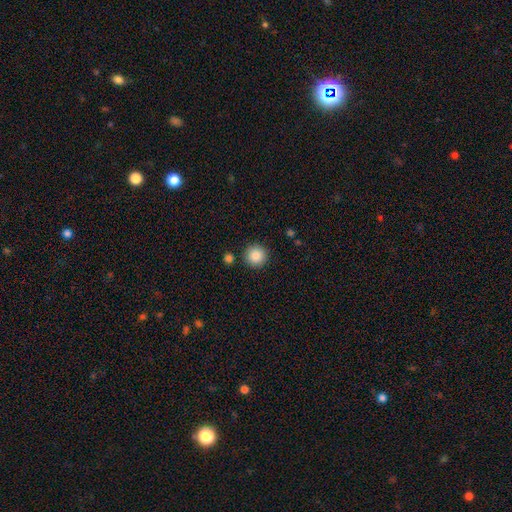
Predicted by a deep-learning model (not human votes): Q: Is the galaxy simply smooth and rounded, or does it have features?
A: smooth — 87%.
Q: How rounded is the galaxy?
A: round — 96%.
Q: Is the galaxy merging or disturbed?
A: none — 90%.